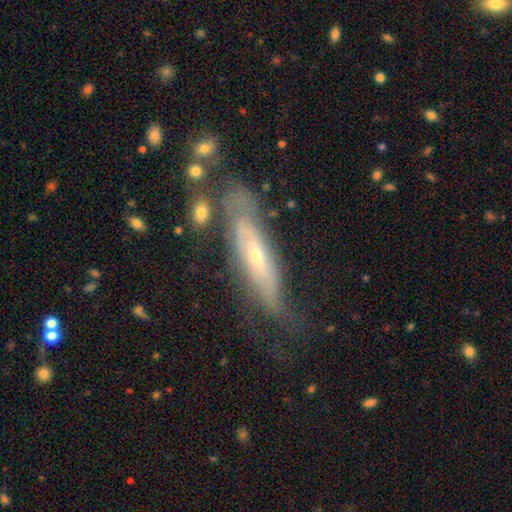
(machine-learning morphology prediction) Smooth or featured: featured or disk — 68% (smooth — 24%)
Edge-on disk: no — 53% (yes — 47%)
Merging: none — 61% (minor disturbance — 23%)